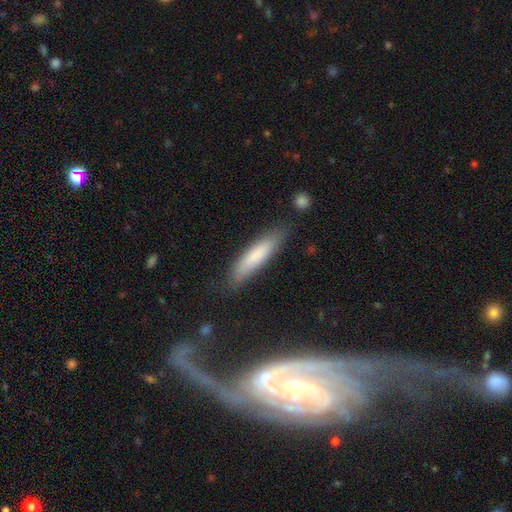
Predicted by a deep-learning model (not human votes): smooth-or-featured: smooth: 78% | featured or disk: 15% | star or artifact: 7%
  how-rounded: cigar-shaped: 77% | in between: 21% | round: 1%
  merging: none: 81% | minor disturbance: 14% | major disturbance: 3% | merger: 2%